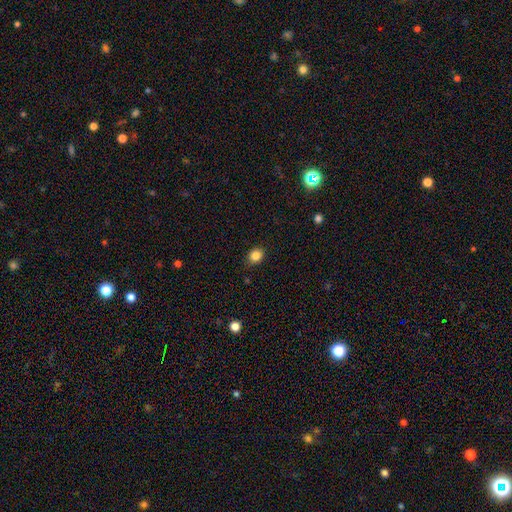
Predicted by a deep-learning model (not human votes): smooth_or_featured: smooth (p=0.84) [alt: star or artifact p=0.11]
how_rounded: round (p=0.56) [alt: in between p=0.43]
merging: none (p=0.86) [alt: minor disturbance p=0.11]